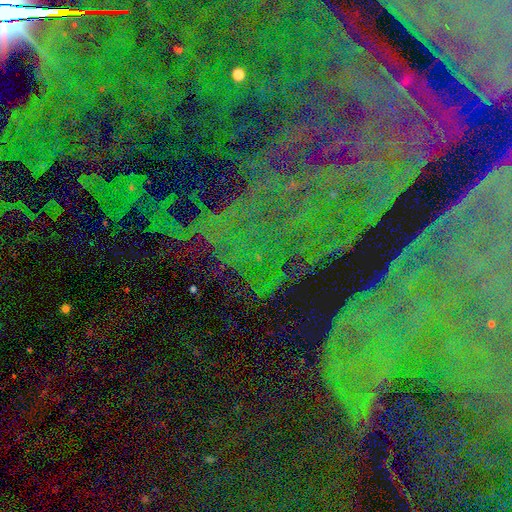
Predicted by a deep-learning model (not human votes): Smooth or featured?
  - star or artifact: 84% *
  - featured or disk: 9%
  - smooth: 7%